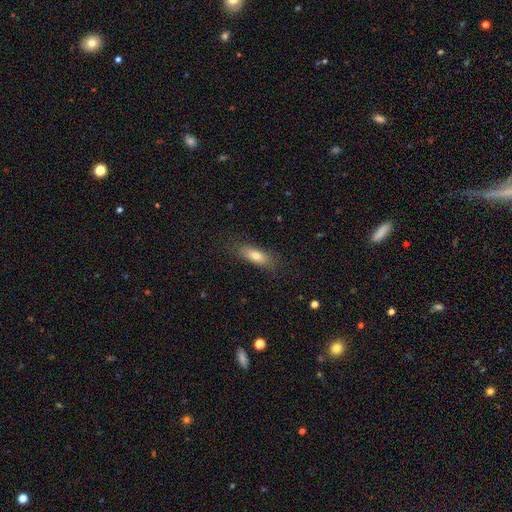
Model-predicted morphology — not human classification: Smooth or featured? smooth (76%)
How rounded? in between (61%)
Merging? none (80%)